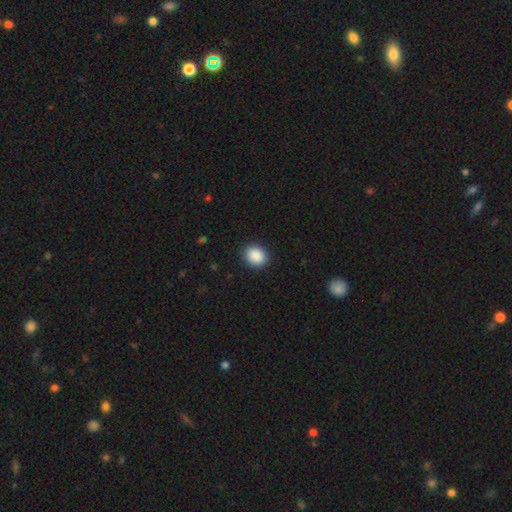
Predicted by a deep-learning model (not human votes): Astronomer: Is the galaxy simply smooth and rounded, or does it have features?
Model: smooth — 89%.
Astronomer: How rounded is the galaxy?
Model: round — 60% (runner-up: in between, 39%).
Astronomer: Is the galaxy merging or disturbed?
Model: none — 90%.